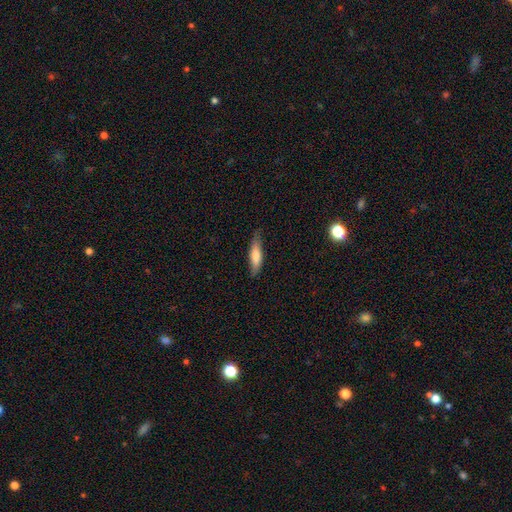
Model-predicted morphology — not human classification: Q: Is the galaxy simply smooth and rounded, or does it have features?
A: smooth — 71%.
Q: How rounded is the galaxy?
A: cigar-shaped — 69%.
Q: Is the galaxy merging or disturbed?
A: none — 75%.